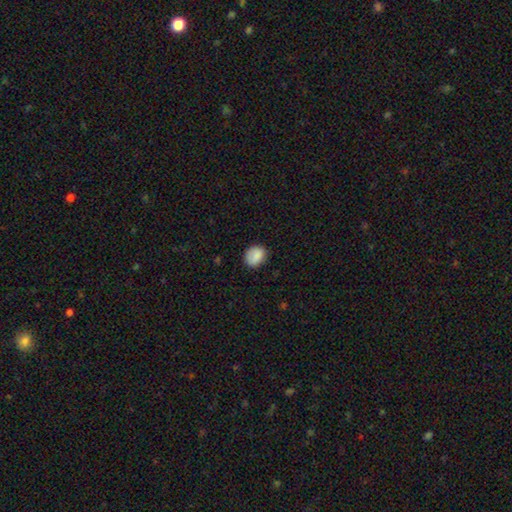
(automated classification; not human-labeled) smooth-or-featured: smooth: 86% | star or artifact: 8% | featured or disk: 6%
  how-rounded: round: 52% | in between: 47% | cigar-shaped: 1%
  merging: none: 80% | minor disturbance: 15% | major disturbance: 3% | merger: 1%